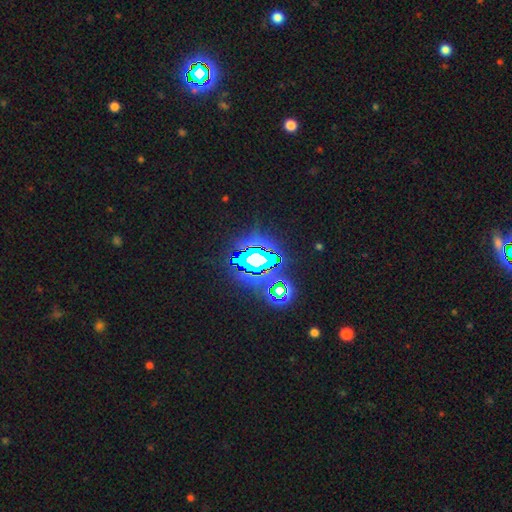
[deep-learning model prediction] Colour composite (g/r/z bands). It shows a star or artifact, not a galaxy (80%).